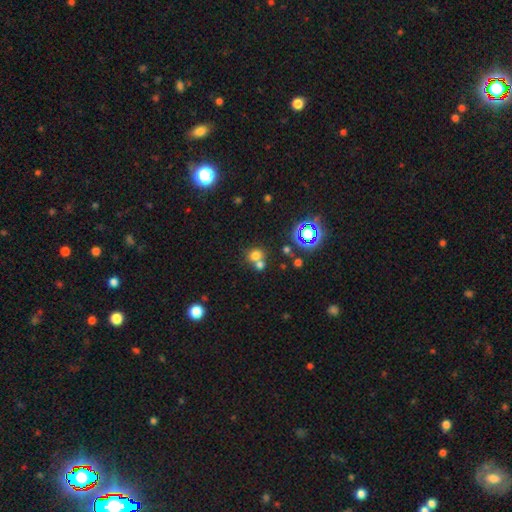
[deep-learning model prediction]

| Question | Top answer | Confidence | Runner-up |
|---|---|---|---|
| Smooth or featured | smooth | 70% | star or artifact (21%) |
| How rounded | round | 79% | in between (20%) |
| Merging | none | 47% | merger (44%) |